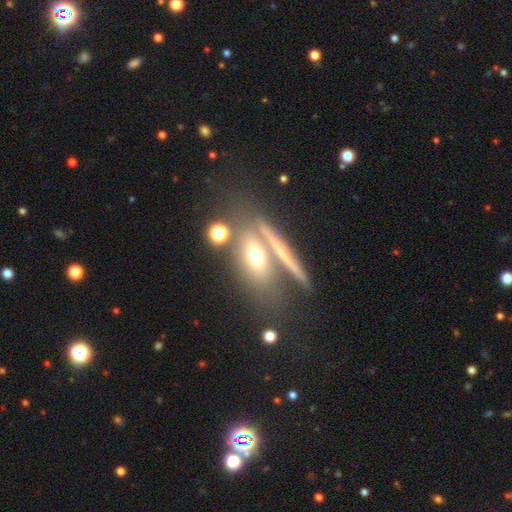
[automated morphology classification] Overall: smooth (51%; featured or disk 37%). How rounded: in between (59%; round 21%). Merging: none (60%; merger 20%).